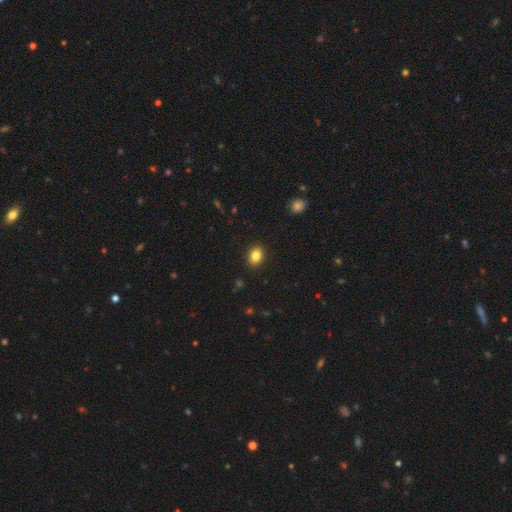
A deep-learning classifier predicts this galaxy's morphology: smooth_or_featured: smooth (p=0.84) [alt: star or artifact p=0.10]
how_rounded: in between (p=0.62) [alt: round p=0.37]
merging: none (p=0.90) [alt: minor disturbance p=0.07]